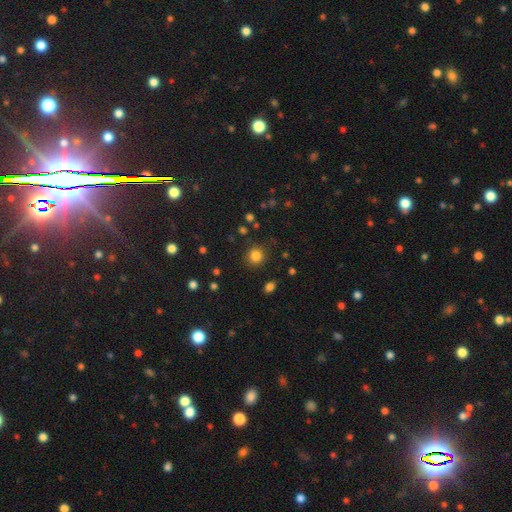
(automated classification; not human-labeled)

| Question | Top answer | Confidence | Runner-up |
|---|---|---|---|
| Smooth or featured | smooth | 82% | star or artifact (13%) |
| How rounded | round | 91% | in between (9%) |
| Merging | none | 87% | minor disturbance (8%) |